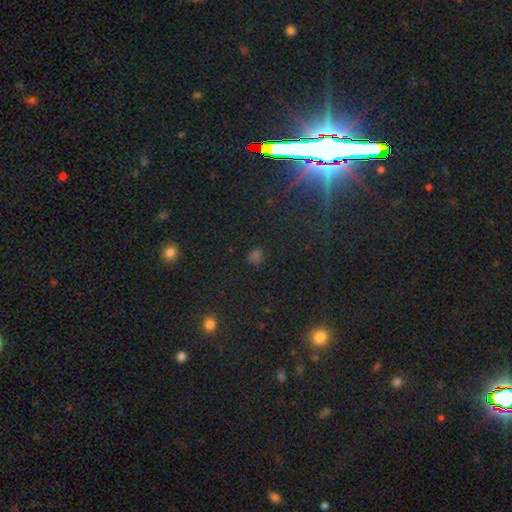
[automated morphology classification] smooth-or-featured: star or artifact: 52% | smooth: 40% | featured or disk: 8%